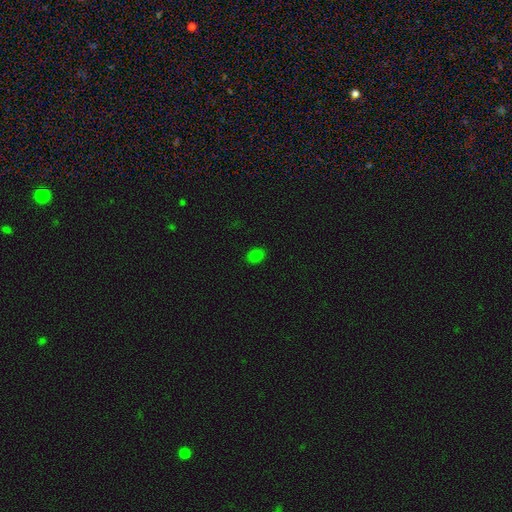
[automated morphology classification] The model was most divided on "how rounded": in between: 61%, round: 38%, cigar-shaped: 1%. More confident: merging — none (88%); smooth or featured — smooth (80%).